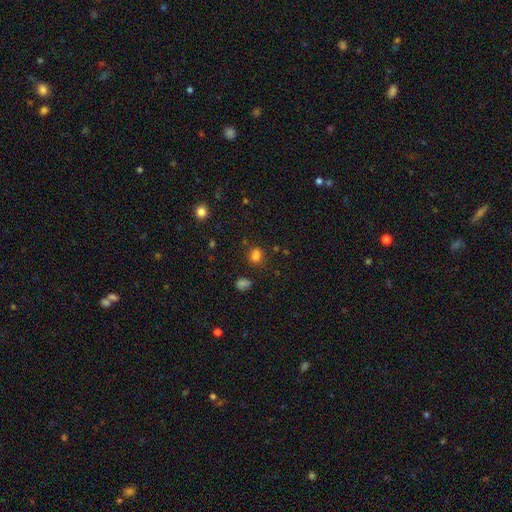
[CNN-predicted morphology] type=smooth (75%); roundness=round (59%); merging=none (71%).